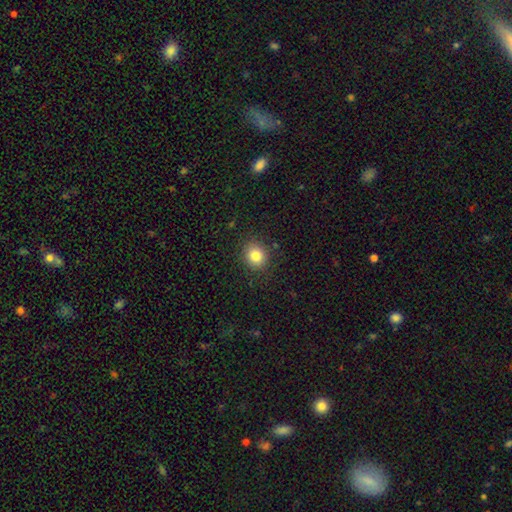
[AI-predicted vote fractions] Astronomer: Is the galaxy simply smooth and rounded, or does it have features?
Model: smooth — 82%.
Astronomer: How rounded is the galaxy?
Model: round — 79%.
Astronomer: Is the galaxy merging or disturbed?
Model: none — 88%.